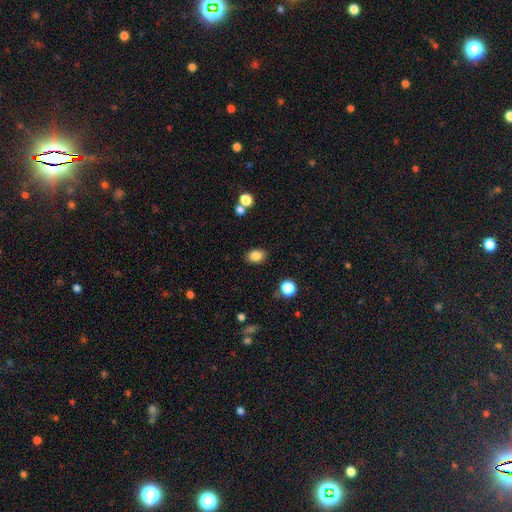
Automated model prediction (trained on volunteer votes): Smooth or featured? Predicted: smooth (p=0.85). How rounded? Predicted: in between (p=0.69). Merging? Predicted: none (p=0.84).